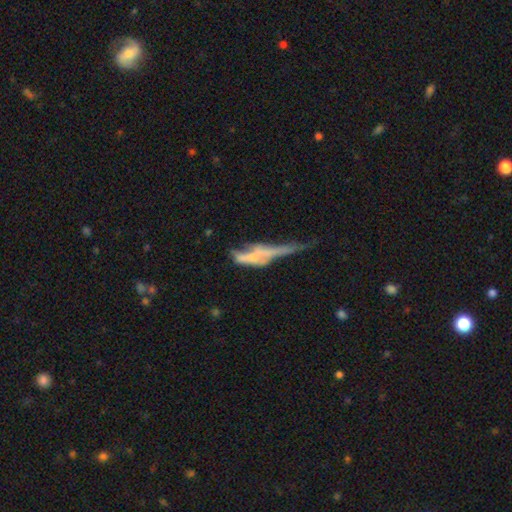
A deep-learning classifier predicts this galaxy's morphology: Smooth or featured?
  - featured or disk: 58% *
  - smooth: 31%
  - star or artifact: 12%
Edge-on disk?
  - yes: 61% *
  - no: 39%
Merging?
  - major disturbance: 30% *
  - merger: 29%
  - none: 23%
  - minor disturbance: 17%